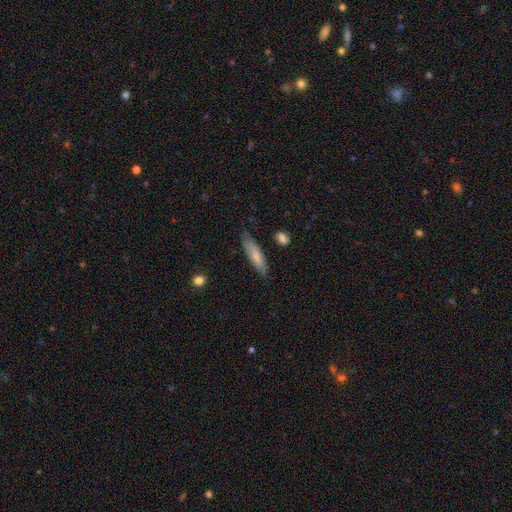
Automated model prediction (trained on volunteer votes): Smooth or featured? smooth (73%)
How rounded? cigar-shaped (65%)
Merging? none (77%)